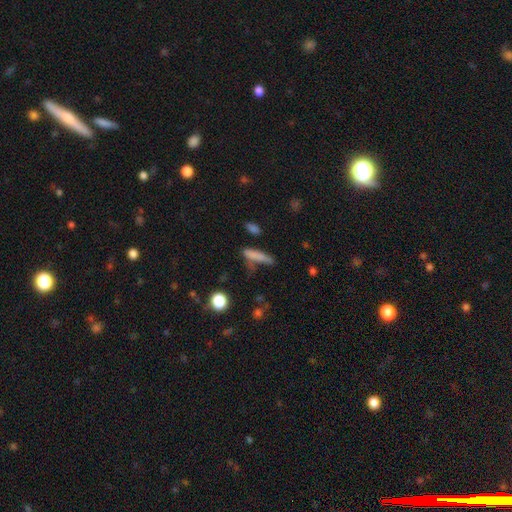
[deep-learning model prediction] A smooth galaxy with no disk features (74%) that is cigar-shaped (82%).

Vote fractions:
- Smooth or featured? smooth: 74% / featured or disk: 16% / star or artifact: 10%
- How rounded? cigar-shaped: 82% / in between: 15% / round: 3%
- Merging? none: 58% / minor disturbance: 22% / merger: 10% / major disturbance: 10%